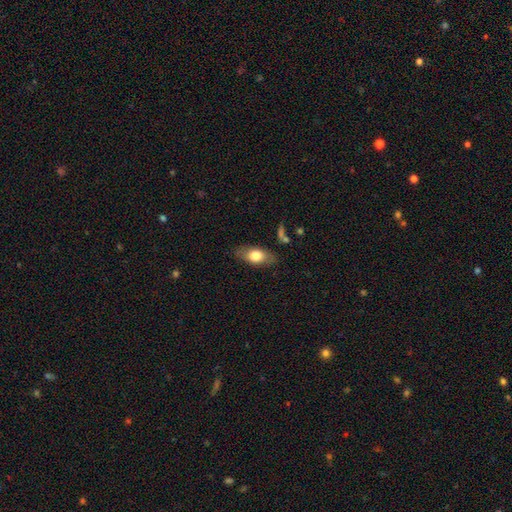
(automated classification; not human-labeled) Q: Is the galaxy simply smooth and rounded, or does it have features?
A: smooth — 71%.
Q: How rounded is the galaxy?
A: in between — 85%.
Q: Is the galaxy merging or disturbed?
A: none — 79%.